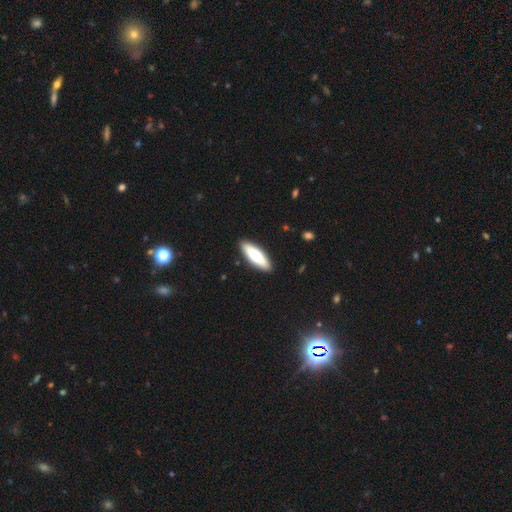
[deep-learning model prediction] A smooth galaxy with no disk features (70%) that is in between round and cigar-shaped (49%, tied with cigar-shaped).

Vote fractions:
- Smooth or featured? smooth: 70% / featured or disk: 25% / star or artifact: 5%
- How rounded? in between: 49% (tied) / cigar-shaped: 49% (tied) / round: 2%
- Merging? none: 90% / minor disturbance: 7% / major disturbance: 1% / merger: 1%